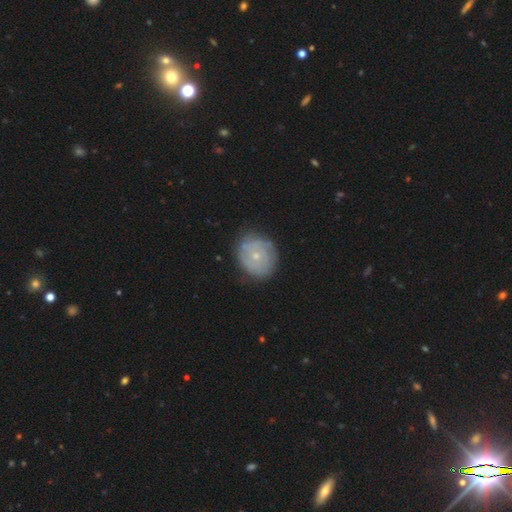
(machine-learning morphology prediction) smooth_or_featured: featured or disk (p=0.58) [alt: smooth p=0.35]
disk_edge_on: no (p=0.97) [alt: yes p=0.03]
bar: no (p=0.85) [alt: weak p=0.13]
has_spiral_arms: yes (p=0.71) [alt: no p=0.29]
bulge_size: small (p=0.72) [alt: moderate p=0.25]
merging: none (p=0.79) [alt: minor disturbance p=0.15]